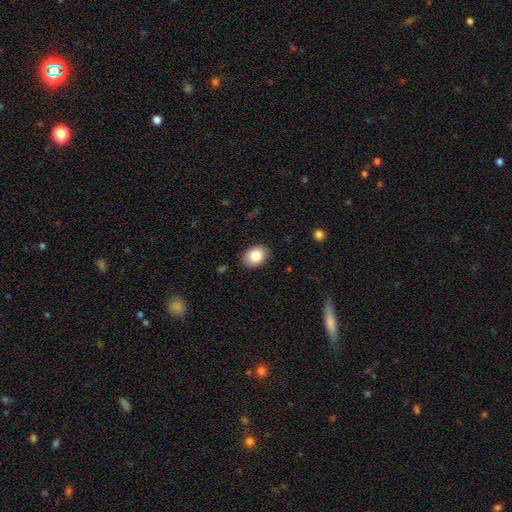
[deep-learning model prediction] Q: Smooth or featured?
A: smooth (85%); runner-up: star or artifact (8%)
Q: How rounded?
A: in between (71%); runner-up: round (28%)
Q: Merging?
A: none (87%); runner-up: minor disturbance (9%)